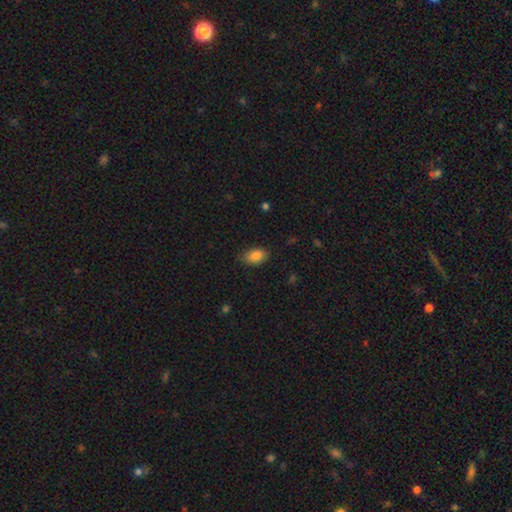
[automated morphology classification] This is clearly a smooth galaxy (85%). How rounded: clearly in between (90%). Merging: clearly none (82%).